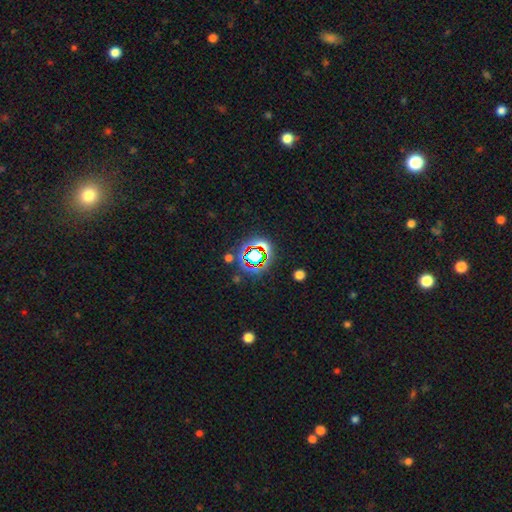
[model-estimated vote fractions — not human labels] A star or artifact, not a galaxy (66%).